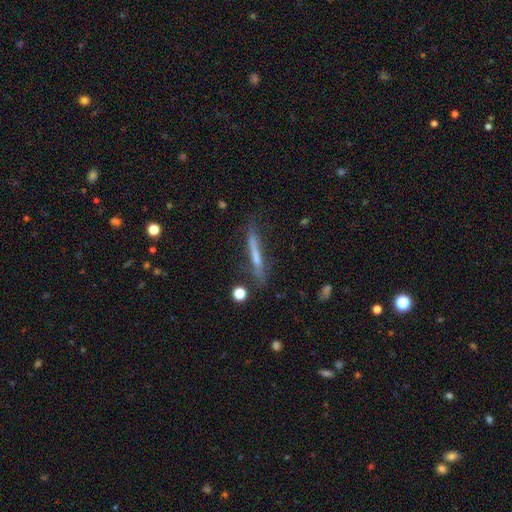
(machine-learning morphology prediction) type=featured or disk (49%); merging=none (73%).